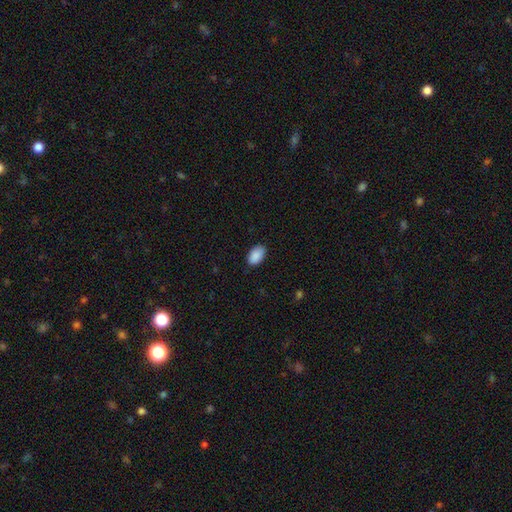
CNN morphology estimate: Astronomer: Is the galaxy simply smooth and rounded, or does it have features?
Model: smooth — 90%.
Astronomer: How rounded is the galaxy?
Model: in between — 93%.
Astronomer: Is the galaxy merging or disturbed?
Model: none — 85%.